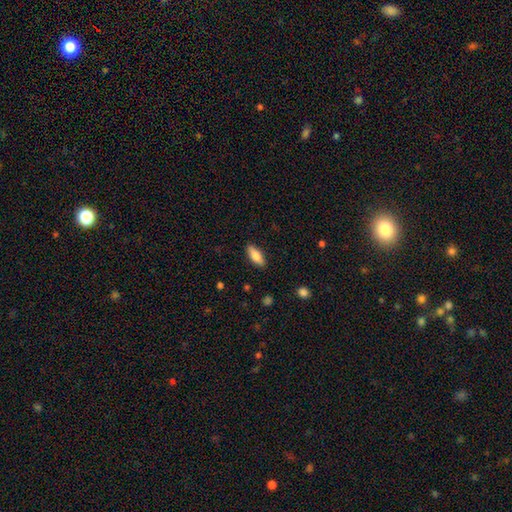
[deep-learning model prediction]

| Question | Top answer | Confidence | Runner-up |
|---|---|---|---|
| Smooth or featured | smooth | 79% | featured or disk (15%) |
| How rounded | in between | 75% | cigar-shaped (23%) |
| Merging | none | 88% | minor disturbance (9%) |